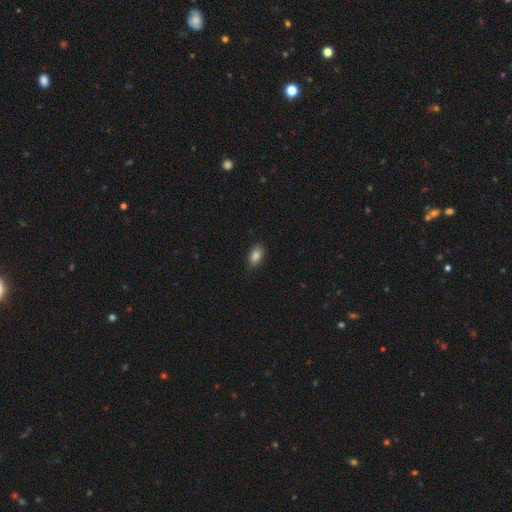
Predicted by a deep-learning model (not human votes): smooth 85%, star or artifact 9%, featured or disk 6%. Down the decision tree: how rounded — in between (89%); merging — none (83%).